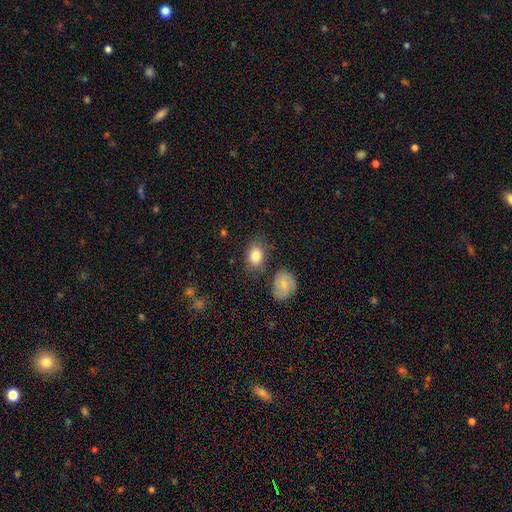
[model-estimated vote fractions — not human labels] Smooth or featured? Predicted: smooth (p=0.84). How rounded? Predicted: in between (p=0.74). Merging? Predicted: none (p=0.73).